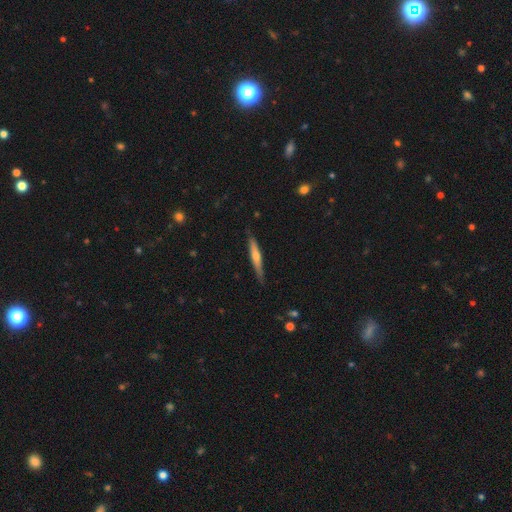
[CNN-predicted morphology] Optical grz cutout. It shows a featured or disk galaxy (54%) viewed edge-on (96%) with a rounded central bulge (74%). Merging: none (86%).